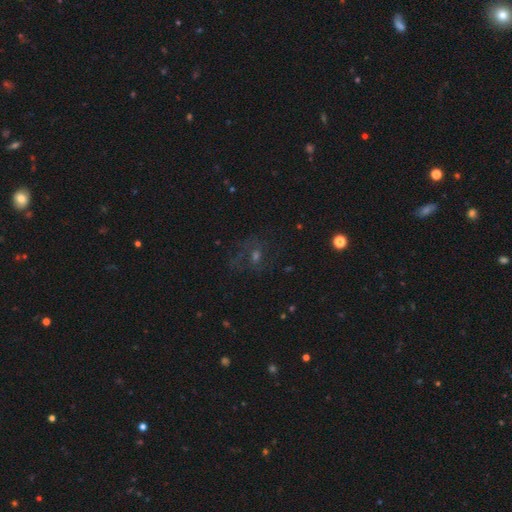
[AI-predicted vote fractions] Q: Smooth or featured?
A: featured or disk (38%); runner-up: star or artifact (34%)
Q: Merging?
A: none (54%); runner-up: major disturbance (26%)